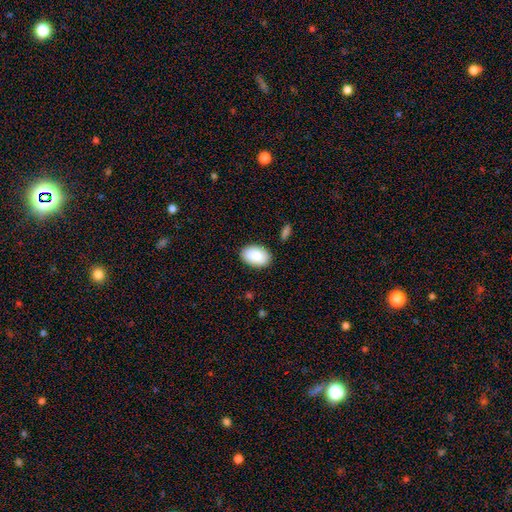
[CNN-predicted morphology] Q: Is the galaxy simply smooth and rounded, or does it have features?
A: smooth — 87%.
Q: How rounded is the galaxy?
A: in between — 90%.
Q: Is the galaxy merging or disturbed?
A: none — 86%.